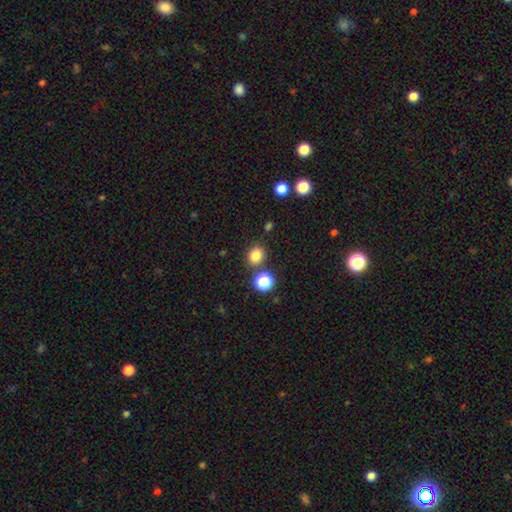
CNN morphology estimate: This appears to be a smooth galaxy with no disk features (81%) that is round (69%). Merging: none (81%).